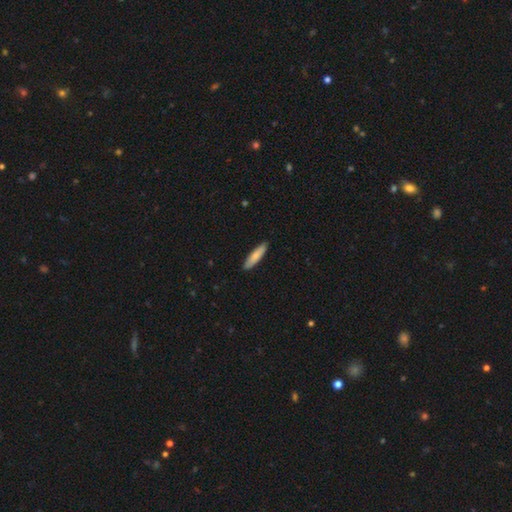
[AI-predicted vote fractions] Smooth or featured: smooth — 80% (featured or disk — 15%)
How rounded: cigar-shaped — 79% (in between — 20%)
Merging: none — 89% (minor disturbance — 8%)